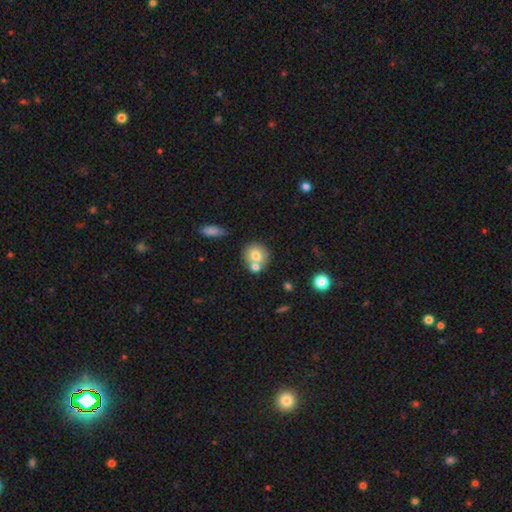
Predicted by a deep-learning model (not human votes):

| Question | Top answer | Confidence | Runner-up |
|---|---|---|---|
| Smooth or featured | smooth | 71% | featured or disk (19%) |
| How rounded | round | 84% | in between (15%) |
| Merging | none | 52% | merger (35%) |